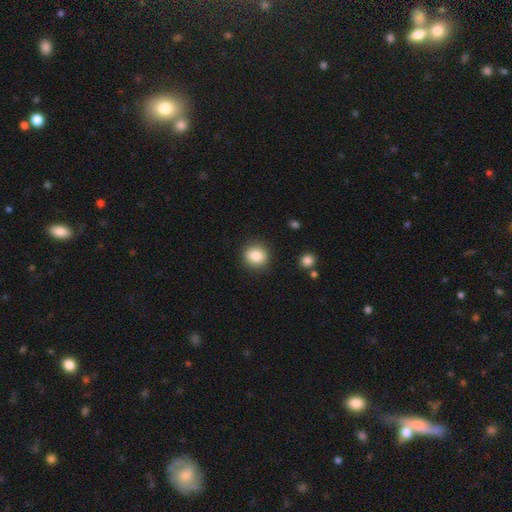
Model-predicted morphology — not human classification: smooth_or_featured: smooth (p=0.85) [alt: star or artifact p=0.09]
how_rounded: round (p=0.83) [alt: in between p=0.16]
merging: none (p=0.88) [alt: minor disturbance p=0.08]